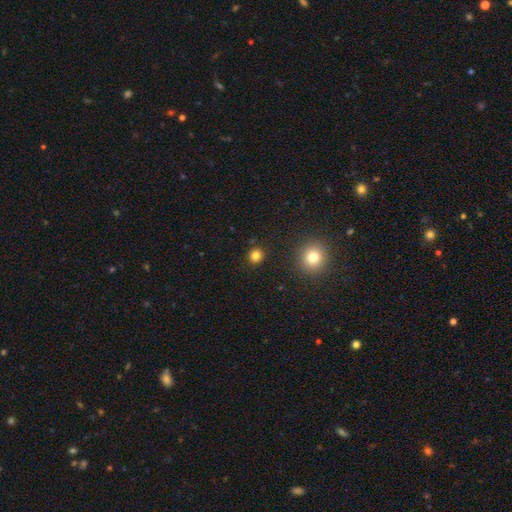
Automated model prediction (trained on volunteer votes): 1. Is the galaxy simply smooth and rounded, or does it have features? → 80% smooth, 15% star or artifact, 5% featured or disk.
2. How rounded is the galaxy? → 91% round, 8% in between, 1% cigar-shaped.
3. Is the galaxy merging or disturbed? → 90% none, 6% minor disturbance, 2% major disturbance, 2% merger.